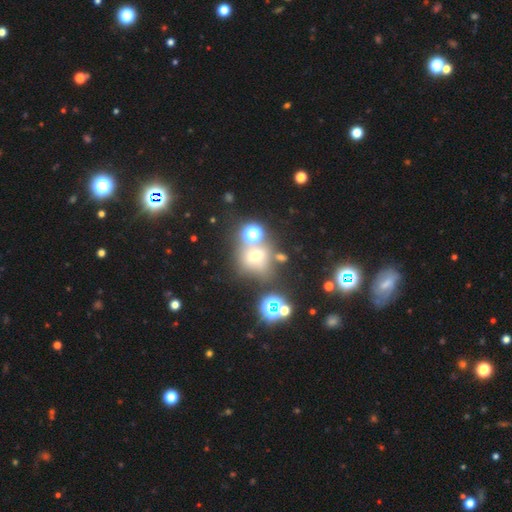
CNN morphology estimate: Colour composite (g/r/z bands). It shows a smooth galaxy with no disk features (50%) that is round (74%). Merging: none (57%).